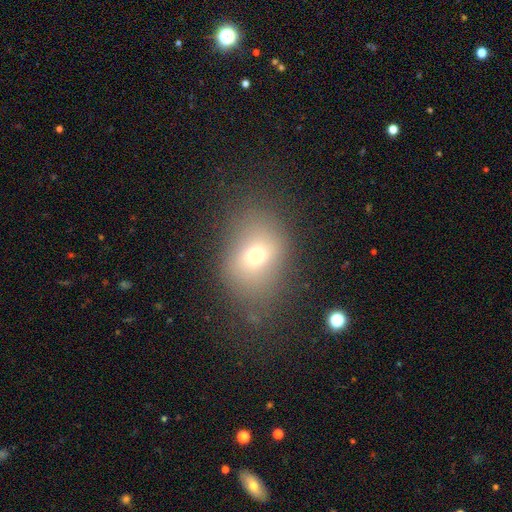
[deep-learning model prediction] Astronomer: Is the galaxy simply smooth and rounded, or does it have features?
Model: smooth — 65%.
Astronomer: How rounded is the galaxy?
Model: in between — 53% (runner-up: round, 46%).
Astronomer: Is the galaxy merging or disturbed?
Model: none — 69%.